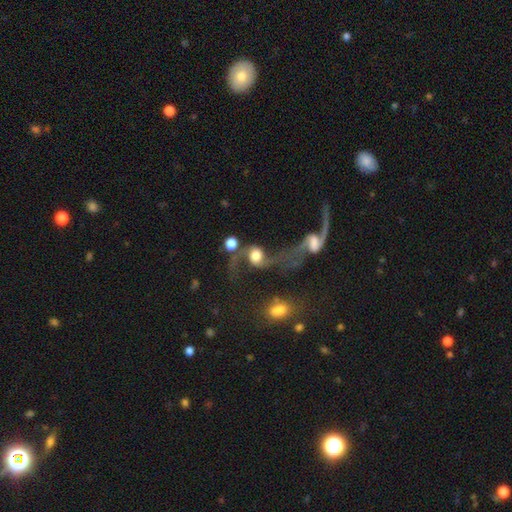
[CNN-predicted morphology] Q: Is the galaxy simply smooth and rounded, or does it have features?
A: featured or disk — 63%.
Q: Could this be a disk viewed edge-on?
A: no — 94%.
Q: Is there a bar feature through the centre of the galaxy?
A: no — 63%.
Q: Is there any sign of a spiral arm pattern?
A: yes — 85%.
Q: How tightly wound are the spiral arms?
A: loose — 87%.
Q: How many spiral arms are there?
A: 2 — 86%.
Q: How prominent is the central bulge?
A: large — 45%.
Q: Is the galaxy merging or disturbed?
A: merger — 46%.